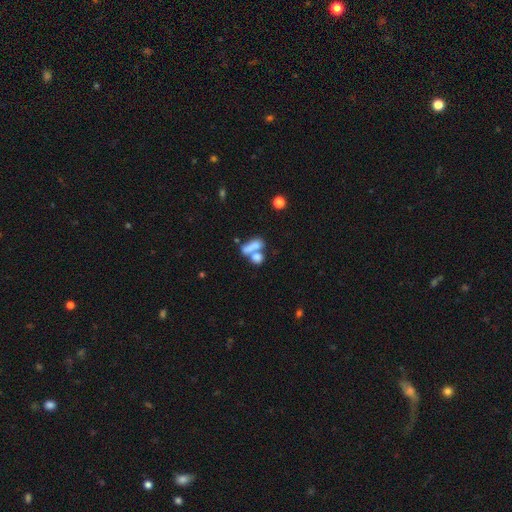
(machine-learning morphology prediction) Overall: smooth (70%). How rounded: in between (62%; round 26%). Merging: merger (58%; none 26%).